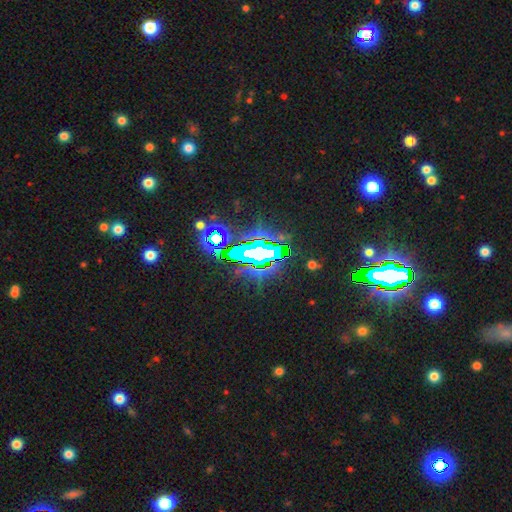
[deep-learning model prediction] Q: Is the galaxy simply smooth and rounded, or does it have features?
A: star or artifact — 76%.